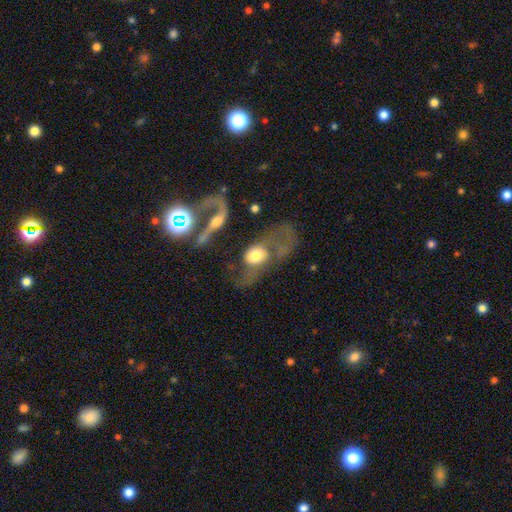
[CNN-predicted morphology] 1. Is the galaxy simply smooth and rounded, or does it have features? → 48% featured or disk, 43% smooth, 9% star or artifact.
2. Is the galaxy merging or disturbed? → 40% major disturbance, 30% merger, 18% none, 12% minor disturbance.